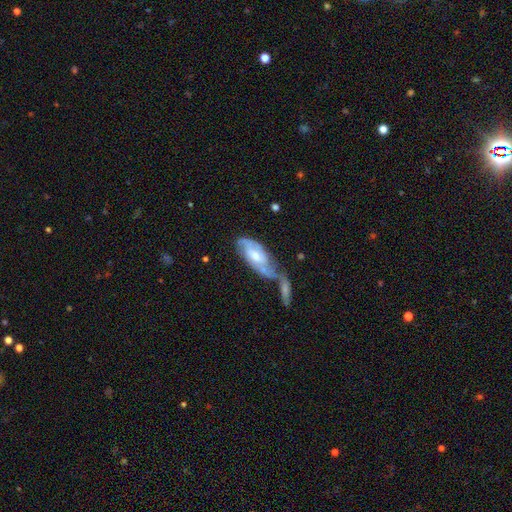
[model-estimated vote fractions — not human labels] This is likely a featured or disk galaxy (67%). It is clearly not viewed edge-on (90%). Bar: marginally weak (44%). Spiral arm pattern: clearly yes (84%). Spiral arm count: likely 2 (60%). Spiral winding: marginally tight (41%). Central bulge: possibly moderate (55%). Merging: possibly merger (49%).